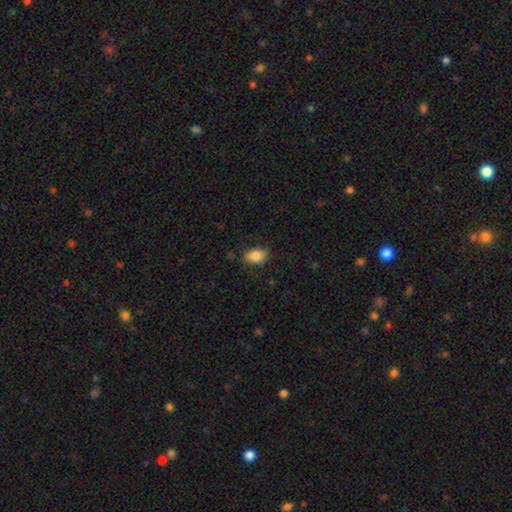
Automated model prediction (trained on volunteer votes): Smooth or featured: smooth — 86% (star or artifact — 8%)
How rounded: in between — 79% (round — 19%)
Merging: none — 83% (minor disturbance — 13%)